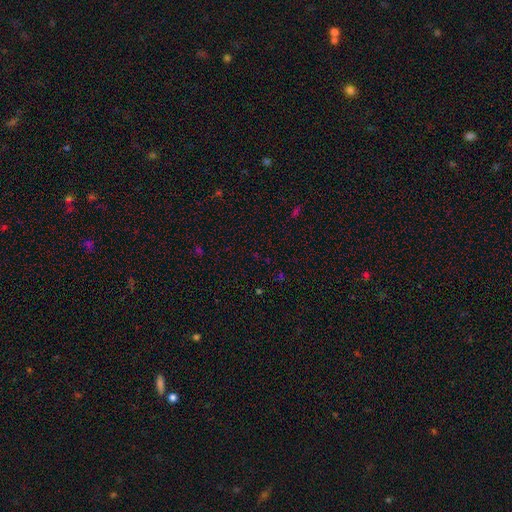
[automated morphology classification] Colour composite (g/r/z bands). It shows a star or artifact, not a galaxy (61%).